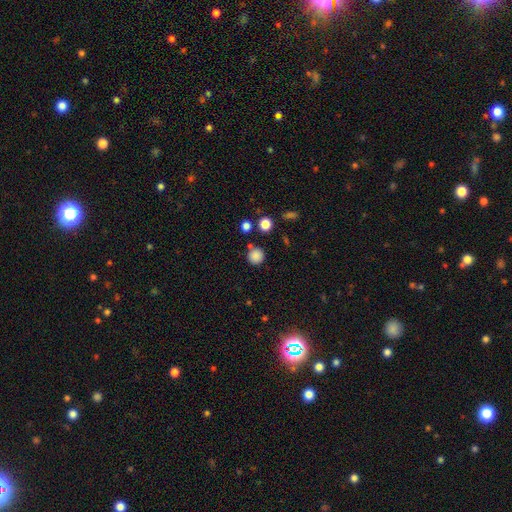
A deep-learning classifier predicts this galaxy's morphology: Overall: smooth (85%). How rounded: round (92%). Merging: none (80%).